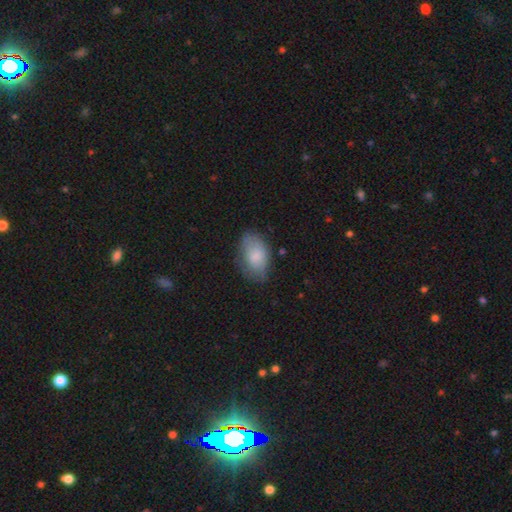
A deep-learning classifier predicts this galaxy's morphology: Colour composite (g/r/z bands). It shows a smooth galaxy with no disk features (78%) that is in between round and cigar-shaped (91%). Merging: none (64%).